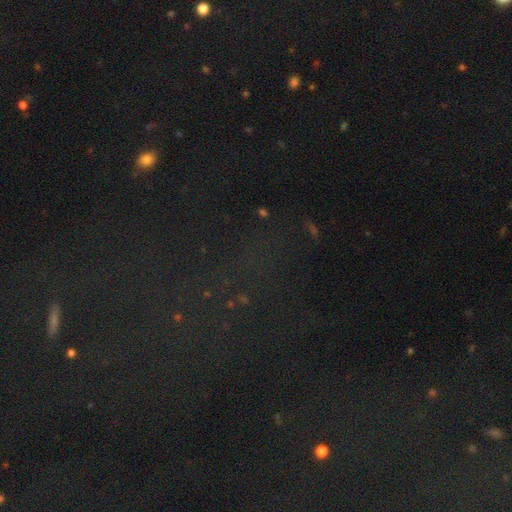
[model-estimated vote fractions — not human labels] A star or artifact, not a galaxy (75%).